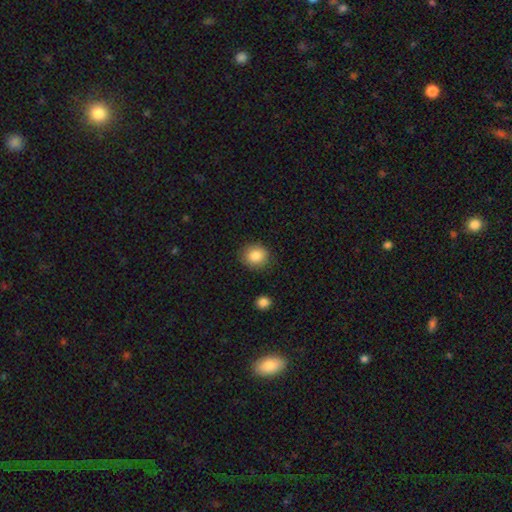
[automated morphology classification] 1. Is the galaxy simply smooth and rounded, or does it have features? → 86% smooth, 9% star or artifact, 6% featured or disk.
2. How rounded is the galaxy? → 79% round, 20% in between, 1% cigar-shaped.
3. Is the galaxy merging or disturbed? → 85% none, 10% minor disturbance, 3% major disturbance, 2% merger.